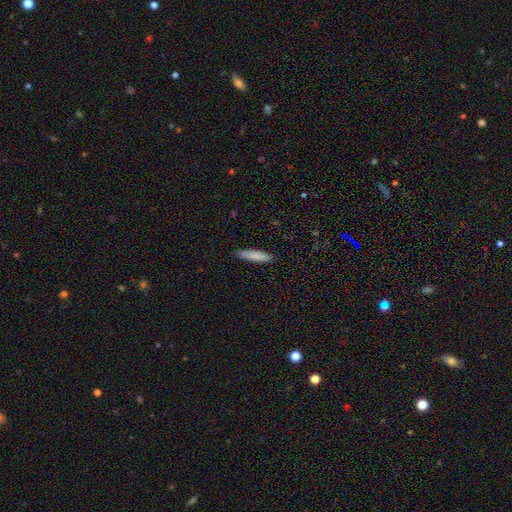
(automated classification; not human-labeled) smooth-or-featured: smooth: 82% | featured or disk: 11% | star or artifact: 6%
  how-rounded: cigar-shaped: 82% | in between: 16% | round: 1%
  merging: none: 87% | minor disturbance: 10% | major disturbance: 2% | merger: 1%